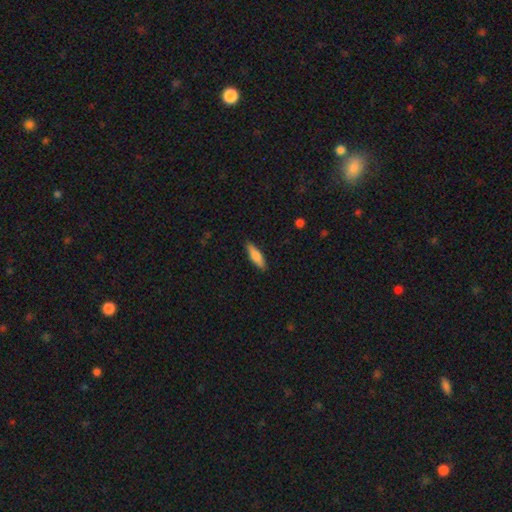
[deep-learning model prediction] This appears to be a smooth galaxy with no disk features (76%) that is cigar-shaped (61%). Merging: none (88%).